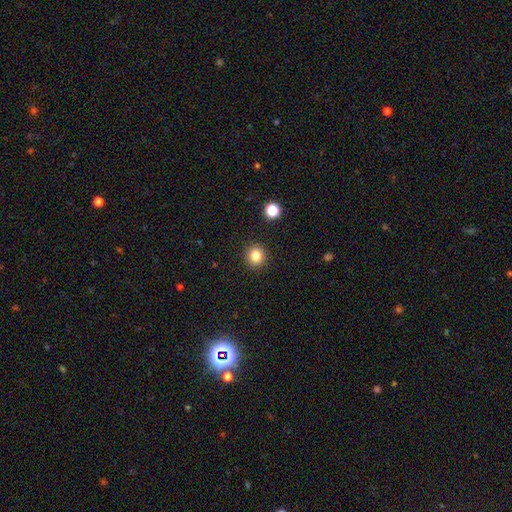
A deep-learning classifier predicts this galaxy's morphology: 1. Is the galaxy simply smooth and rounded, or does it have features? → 82% smooth, 12% star or artifact, 6% featured or disk.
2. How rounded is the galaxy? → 90% round, 10% in between, 1% cigar-shaped.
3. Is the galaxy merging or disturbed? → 91% none, 6% minor disturbance, 2% major disturbance, 2% merger.